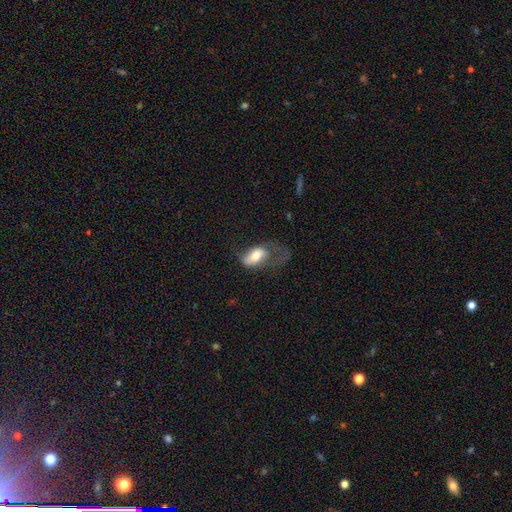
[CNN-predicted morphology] This appears to be a smooth galaxy with no disk features (63%) that is in between round and cigar-shaped (90%). Merging: major disturbance (61%).